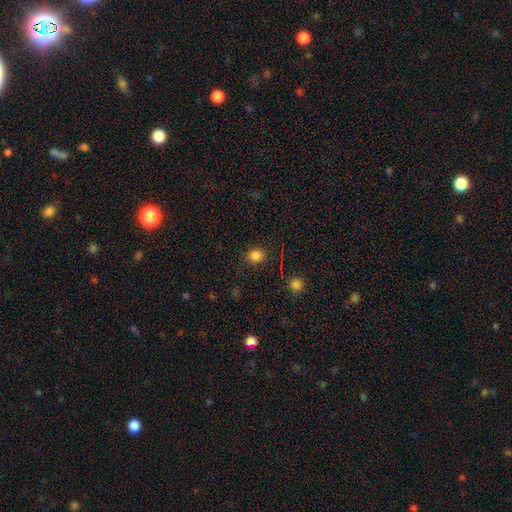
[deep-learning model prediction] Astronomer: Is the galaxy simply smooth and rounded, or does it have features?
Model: smooth — 80%.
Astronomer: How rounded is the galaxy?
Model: round — 85%.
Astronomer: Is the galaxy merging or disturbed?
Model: none — 83%.